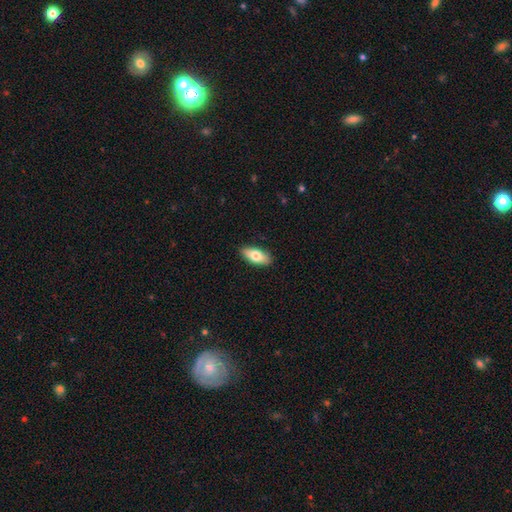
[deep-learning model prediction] Q: Smooth or featured?
A: smooth (75%); runner-up: featured or disk (19%)
Q: How rounded?
A: in between (84%); runner-up: cigar-shaped (13%)
Q: Merging?
A: none (89%); runner-up: minor disturbance (8%)